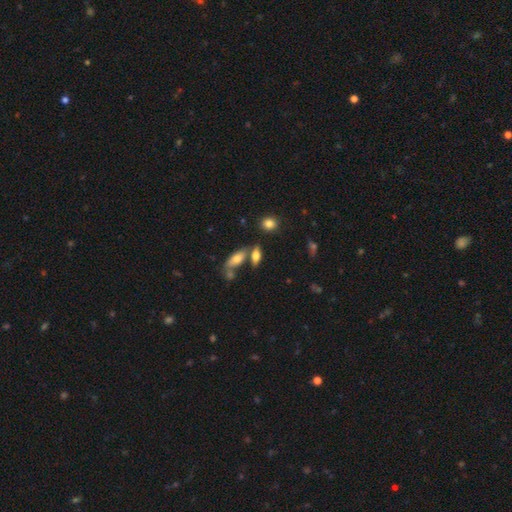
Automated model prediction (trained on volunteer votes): Morphology: type=smooth (66%); roundness=in between (69%); merging=none (59%).